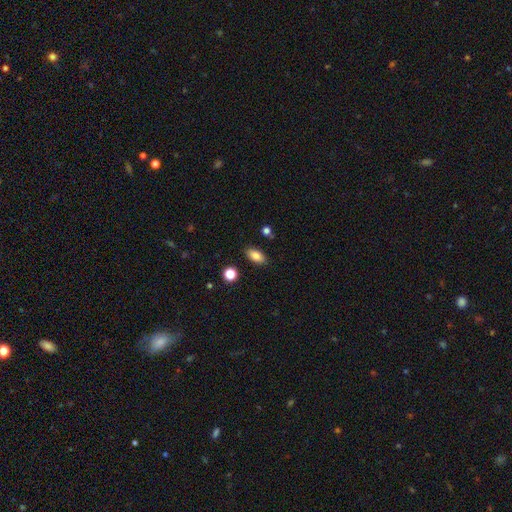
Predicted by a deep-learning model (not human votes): Smooth or featured? Predicted: smooth (p=0.83). How rounded? Predicted: in between (p=0.89). Merging? Predicted: none (p=0.86).